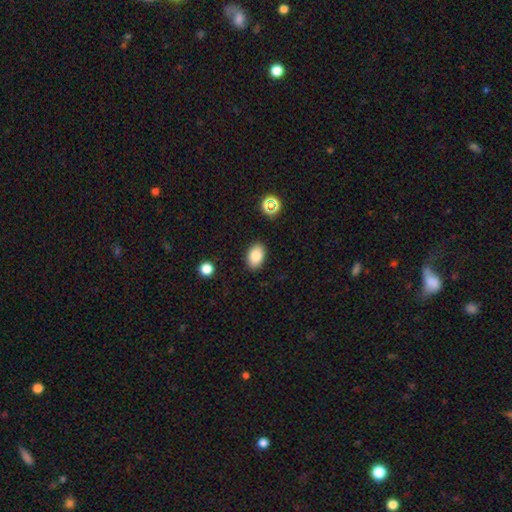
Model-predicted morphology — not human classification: A smooth galaxy with no disk features (85%) that is in between round and cigar-shaped (88%). Merging: none (87%).